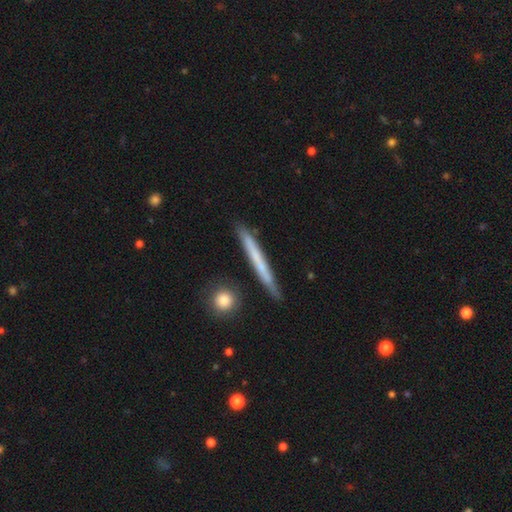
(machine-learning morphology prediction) Q: Smooth or featured?
A: smooth (48%); runner-up: featured or disk (46%)
Q: Merging?
A: none (87%); runner-up: minor disturbance (10%)